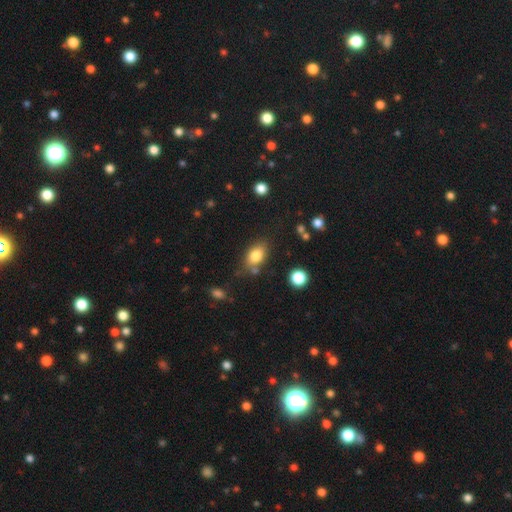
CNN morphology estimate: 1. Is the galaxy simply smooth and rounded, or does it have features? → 82% smooth, 9% featured or disk, 9% star or artifact.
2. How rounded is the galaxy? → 83% in between, 15% round, 2% cigar-shaped.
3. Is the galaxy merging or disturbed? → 71% none, 16% minor disturbance, 8% merger, 5% major disturbance.